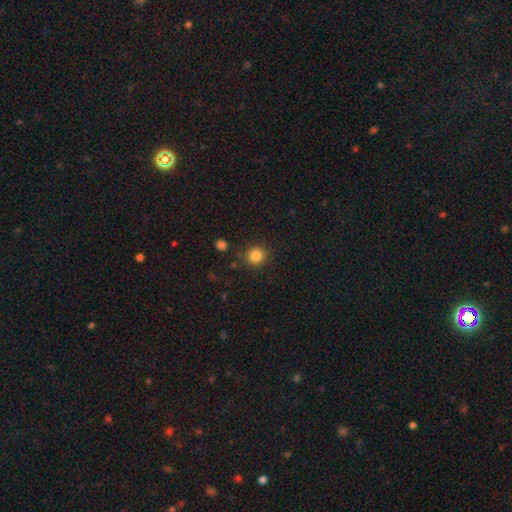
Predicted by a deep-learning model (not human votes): Smooth or featured? Predicted: smooth (p=0.84). How rounded? Predicted: round (p=0.91). Merging? Predicted: none (p=0.87).